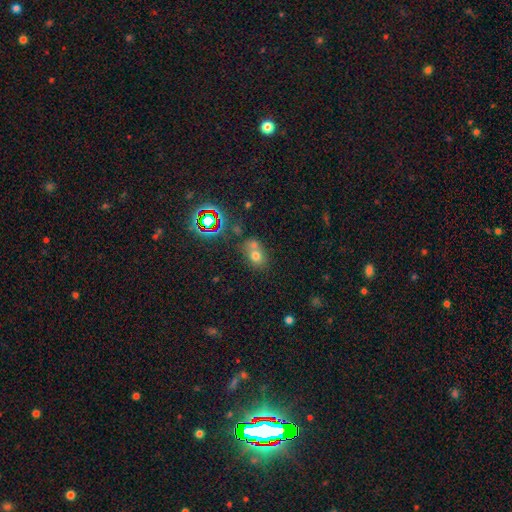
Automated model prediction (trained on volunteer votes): The model was most divided on "merging": merger: 45%, none: 40%, minor disturbance: 10%, major disturbance: 4%. More confident: smooth or featured — smooth (66%); how rounded — round (57%).